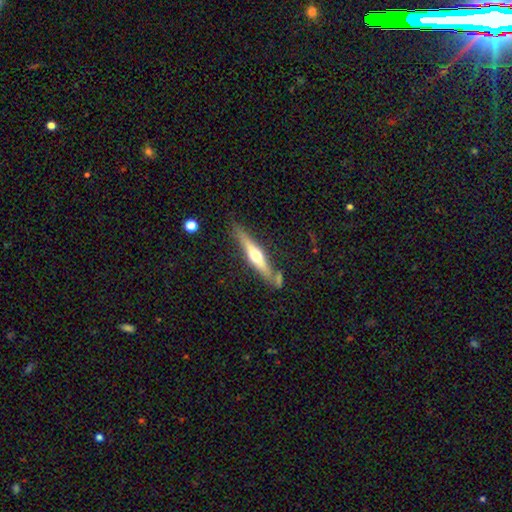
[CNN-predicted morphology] type=featured or disk (63%); edge-on=yes (94%); edge-on bulge=rounded (91%); merging=none (75%).